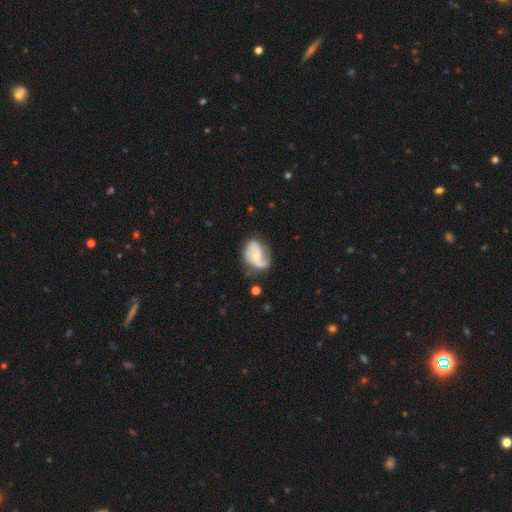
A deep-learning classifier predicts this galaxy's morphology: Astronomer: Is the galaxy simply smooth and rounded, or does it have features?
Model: featured or disk — 77%.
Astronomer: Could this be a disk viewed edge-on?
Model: no — 97%.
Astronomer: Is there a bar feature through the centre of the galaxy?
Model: no — 62%.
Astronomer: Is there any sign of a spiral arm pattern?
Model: yes — 93%.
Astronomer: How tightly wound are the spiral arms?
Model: medium — 44% (runner-up: loose, 35%).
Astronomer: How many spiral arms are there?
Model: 2 — 80%.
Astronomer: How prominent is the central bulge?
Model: moderate — 53% (runner-up: small, 41%).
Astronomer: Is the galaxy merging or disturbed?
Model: none — 62%.